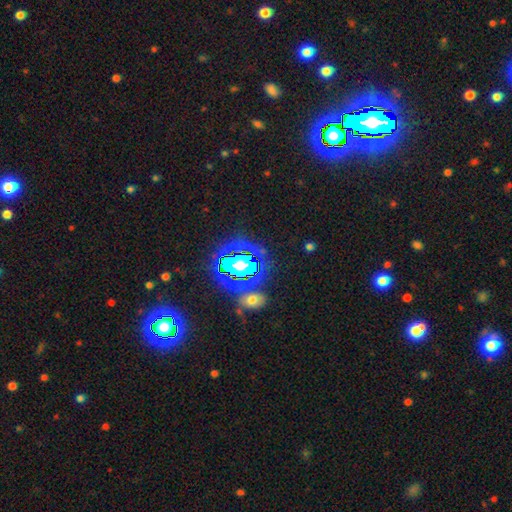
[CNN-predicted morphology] smooth_or_featured: star or artifact (p=0.83) [alt: smooth p=0.10]